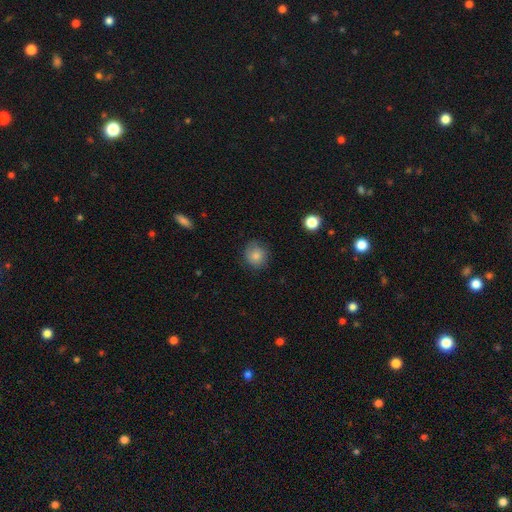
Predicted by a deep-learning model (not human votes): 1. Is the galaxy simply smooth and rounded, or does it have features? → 82% smooth, 9% star or artifact, 9% featured or disk.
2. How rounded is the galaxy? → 86% round, 13% in between, 1% cigar-shaped.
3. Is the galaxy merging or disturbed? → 78% none, 17% minor disturbance, 4% major disturbance, 1% merger.